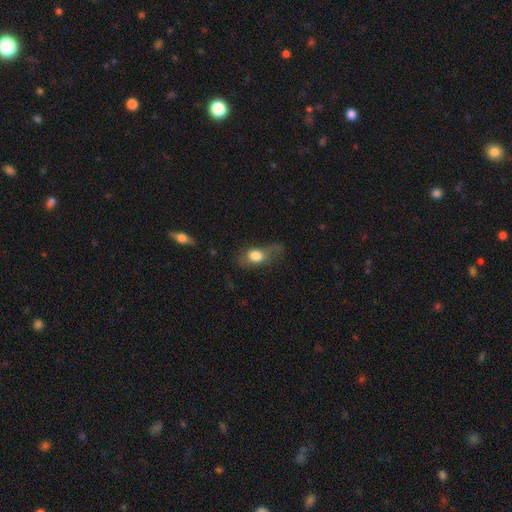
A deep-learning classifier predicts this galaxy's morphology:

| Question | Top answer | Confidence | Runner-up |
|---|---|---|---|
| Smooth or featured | smooth | 69% | featured or disk (21%) |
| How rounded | in between | 65% | round (30%) |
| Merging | major disturbance | 37% | none (33%) |